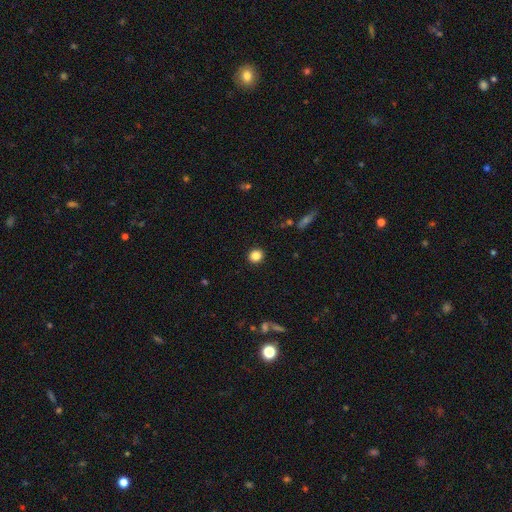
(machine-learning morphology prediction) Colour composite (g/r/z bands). It shows a smooth galaxy with no disk features (84%) that is round (86%). Merging: none (92%).